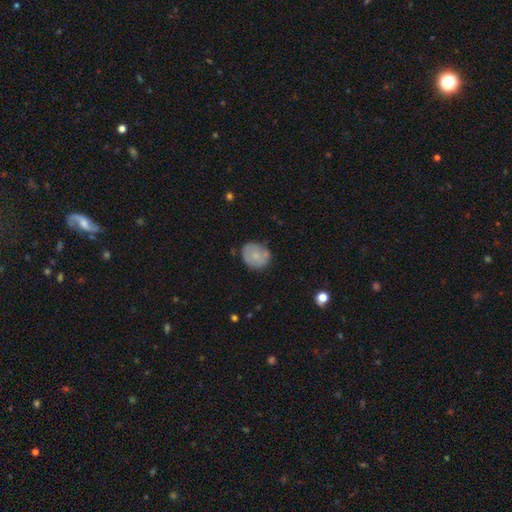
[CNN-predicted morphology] Smooth or featured? Predicted: smooth (p=0.72). How rounded? Predicted: round (p=0.70). Merging? Predicted: none (p=0.67).